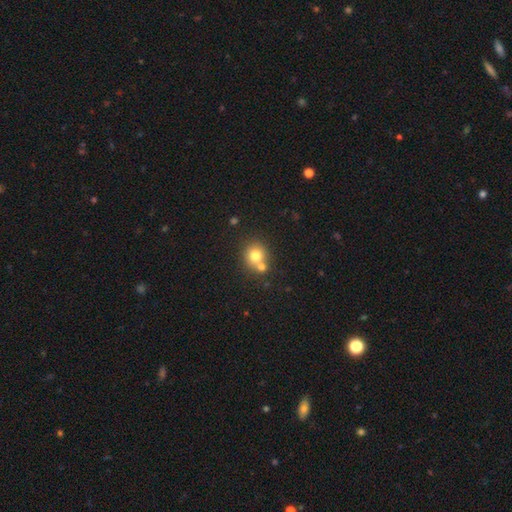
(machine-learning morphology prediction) A smooth galaxy with no disk features (75%) that is round (86%).

Vote fractions:
- Smooth or featured? smooth: 75% / featured or disk: 13% / star or artifact: 12%
- How rounded? round: 86% / in between: 13% / cigar-shaped: 1%
- Merging? none: 53% / merger: 36% / minor disturbance: 8% / major disturbance: 3%